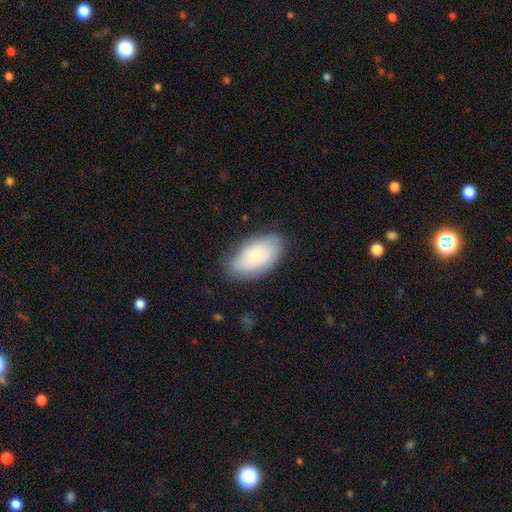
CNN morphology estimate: This is likely a smooth galaxy (65%). How rounded: clearly in between (94%). Merging: likely none (74%).